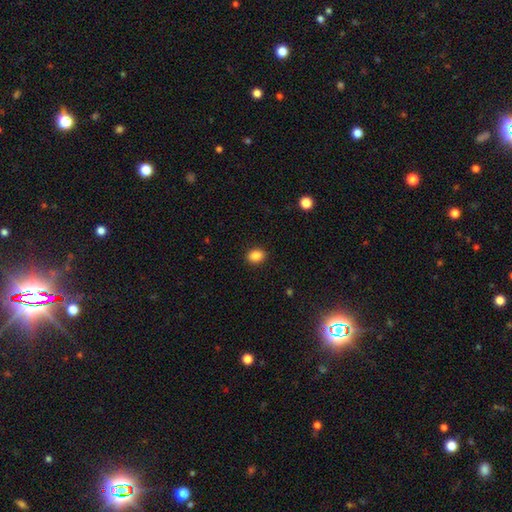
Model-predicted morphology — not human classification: This appears to be a smooth galaxy with no disk features (87%) that is in between round and cigar-shaped (60%). Merging: none (90%).